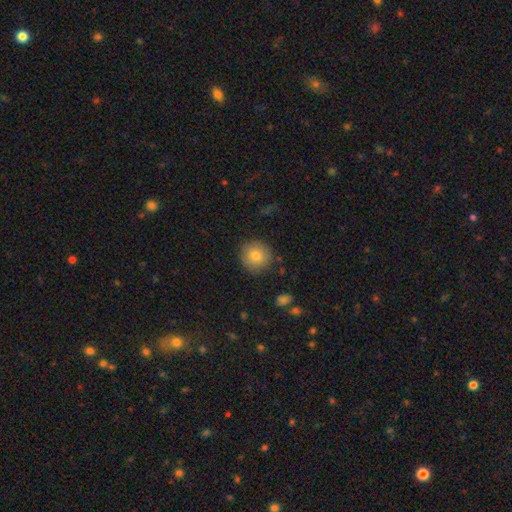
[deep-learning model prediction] Morphology: type=smooth (81%); roundness=round (93%); merging=none (87%).